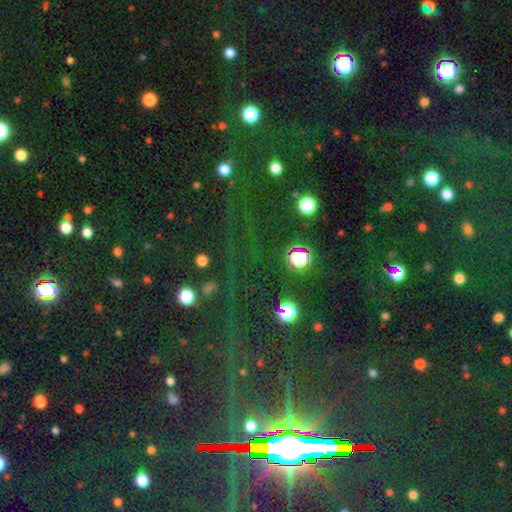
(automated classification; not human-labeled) A star or artifact, not a galaxy (79%).